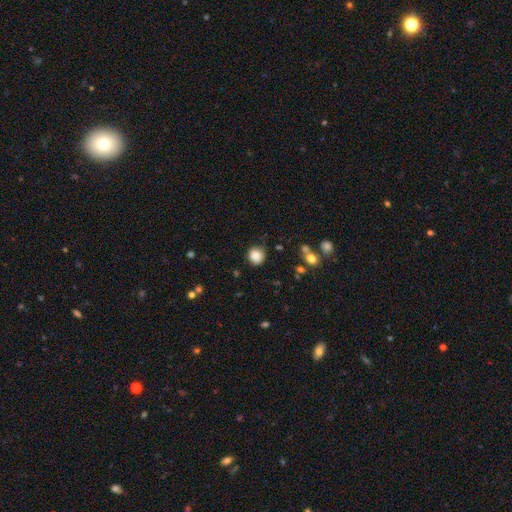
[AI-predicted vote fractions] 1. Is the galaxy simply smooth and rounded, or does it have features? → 85% smooth, 10% star or artifact, 5% featured or disk.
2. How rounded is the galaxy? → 88% round, 11% in between, 1% cigar-shaped.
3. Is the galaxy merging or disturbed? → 76% none, 17% minor disturbance, 4% major disturbance, 3% merger.